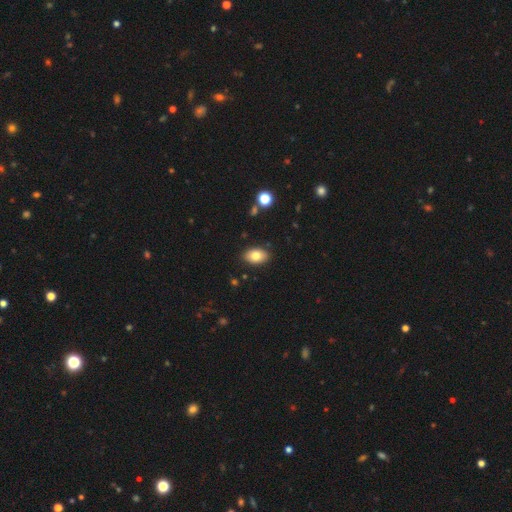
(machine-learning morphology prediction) Q: Smooth or featured?
A: smooth (80%); runner-up: featured or disk (11%)
Q: How rounded?
A: in between (88%); runner-up: round (10%)
Q: Merging?
A: none (88%); runner-up: minor disturbance (9%)